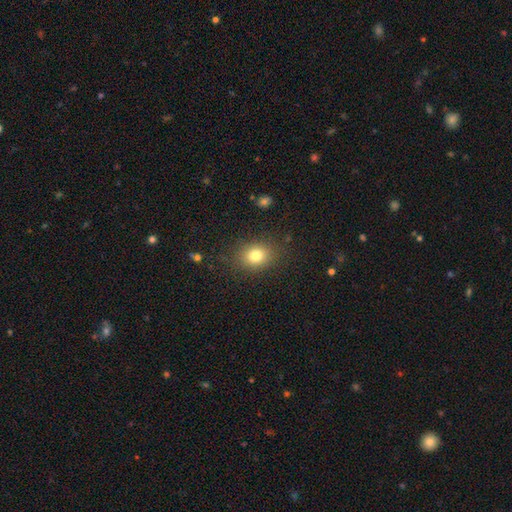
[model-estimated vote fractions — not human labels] Overall: smooth (79%). How rounded: round (51%; in between 48%). Merging: none (84%).